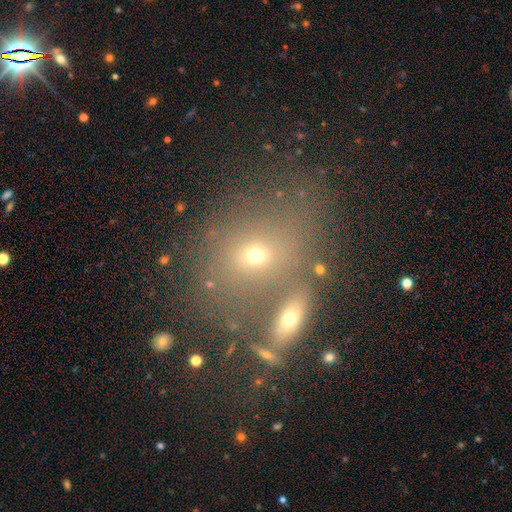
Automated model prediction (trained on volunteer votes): Overall: smooth (56%; star or artifact 24%). How rounded: in between (50%; round 47%). Merging: none (50%; merger 31%).